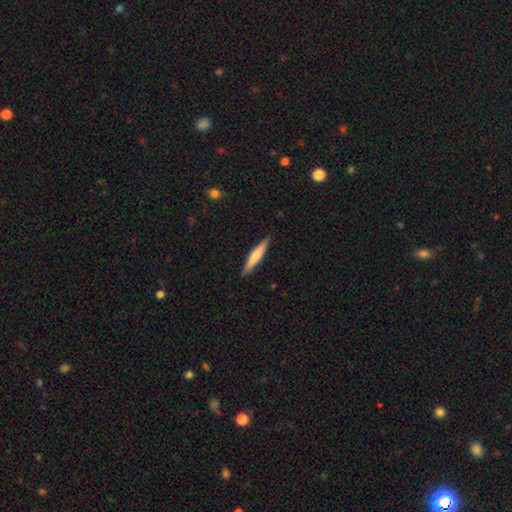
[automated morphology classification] Overall: smooth (57%; featured or disk 38%). How rounded: cigar-shaped (91%). Merging: none (90%).